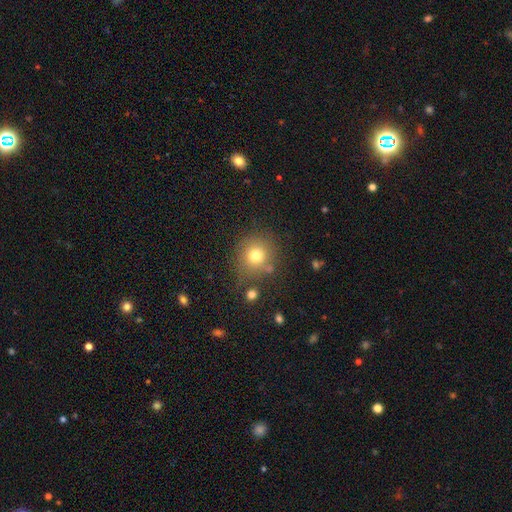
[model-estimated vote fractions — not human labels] Smooth or featured: smooth — 75% (star or artifact — 14%)
How rounded: round — 89% (in between — 10%)
Merging: none — 73% (minor disturbance — 14%)